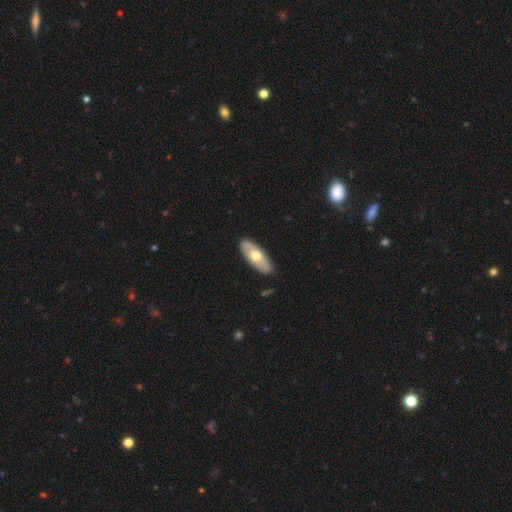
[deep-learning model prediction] A smooth galaxy with no disk features (58%) that is in between round and cigar-shaped (81%). Merging: none (88%).